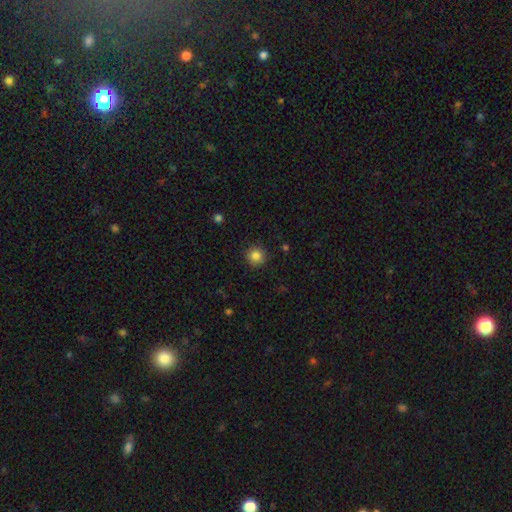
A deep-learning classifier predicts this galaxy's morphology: Smooth or featured? smooth (84%)
How rounded? round (95%)
Merging? none (91%)